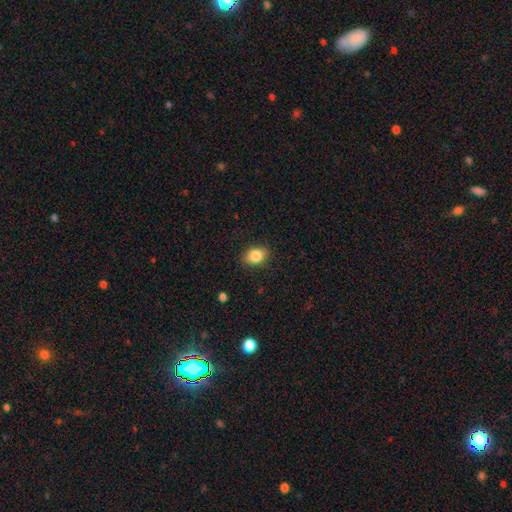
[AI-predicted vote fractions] Smooth or featured? Predicted: smooth (p=0.85). How rounded? Predicted: in between (p=0.73). Merging? Predicted: none (p=0.87).